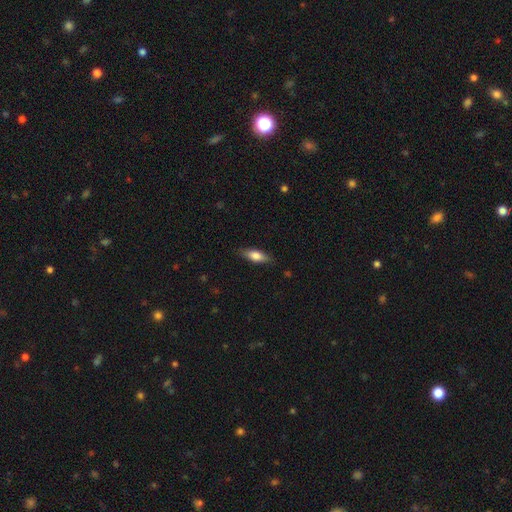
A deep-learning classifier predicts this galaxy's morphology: A smooth galaxy with no disk features (73%) that is in between round and cigar-shaped (64%).

Vote fractions:
- Smooth or featured? smooth: 73% / featured or disk: 21% / star or artifact: 6%
- How rounded? in between: 64% / cigar-shaped: 33% / round: 3%
- Merging? none: 84% / minor disturbance: 13% / major disturbance: 3% / merger: 1%